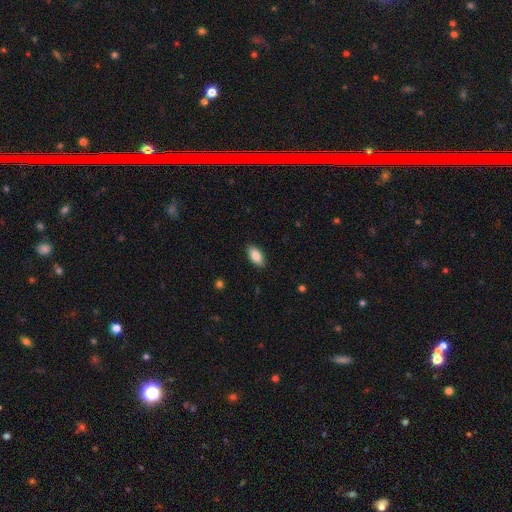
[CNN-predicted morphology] smooth_or_featured: smooth (p=0.85) [alt: featured or disk p=0.08]
how_rounded: in between (p=0.92) [alt: cigar-shaped p=0.06]
merging: none (p=0.89) [alt: minor disturbance p=0.09]